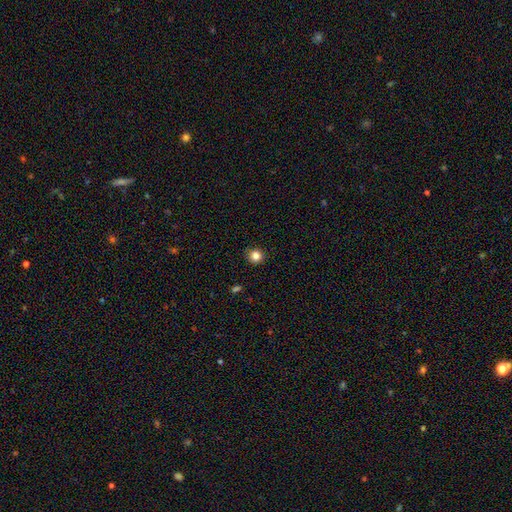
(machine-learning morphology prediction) A smooth galaxy with no disk features (83%) that is round (92%).

Vote fractions:
- Smooth or featured? smooth: 83% / star or artifact: 12% / featured or disk: 5%
- How rounded? round: 92% / in between: 7% / cigar-shaped: 1%
- Merging? none: 91% / minor disturbance: 6% / major disturbance: 2% / merger: 1%